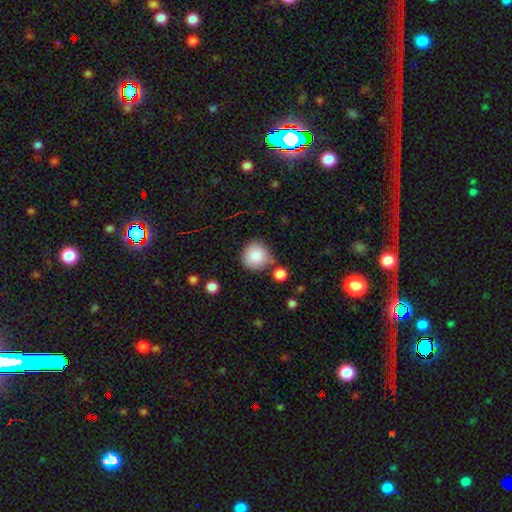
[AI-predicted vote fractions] This is clearly a smooth galaxy (84%). How rounded: clearly round (93%). Merging: likely none (73%).